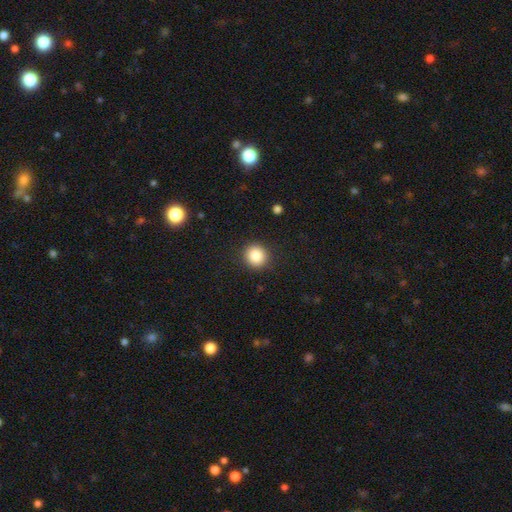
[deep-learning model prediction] This appears to be a smooth galaxy with no disk features (85%) that is round (91%). Merging: none (91%).